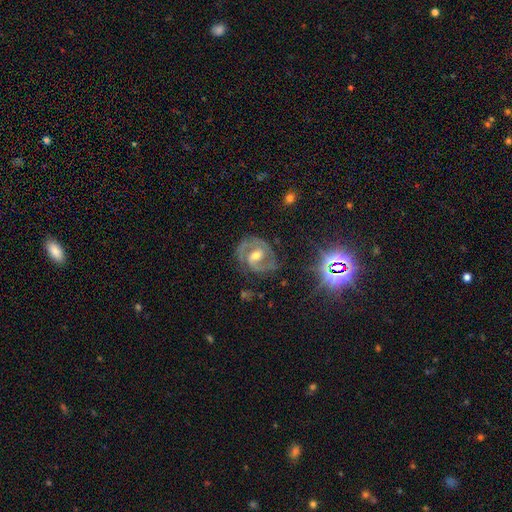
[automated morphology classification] Overall: featured or disk (84%). Edge-on disk: no (97%). Bar: weak (47%; no 29%). Spiral arms: yes (96%). Spiral arm count: 2 (87%). Spiral winding: medium (51%; tight 40%). Bulge size: moderate (69%). Merging: none (76%).